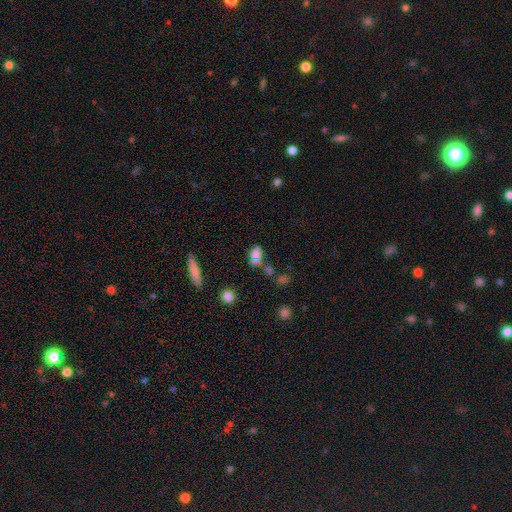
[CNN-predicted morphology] A smooth galaxy with no disk features (71%) that is in between round and cigar-shaped (66%).

Vote fractions:
- Smooth or featured? smooth: 71% / star or artifact: 16% / featured or disk: 13%
- How rounded? in between: 66% / round: 30% / cigar-shaped: 4%
- Merging? merger: 41% / none: 38% / minor disturbance: 13% / major disturbance: 7%